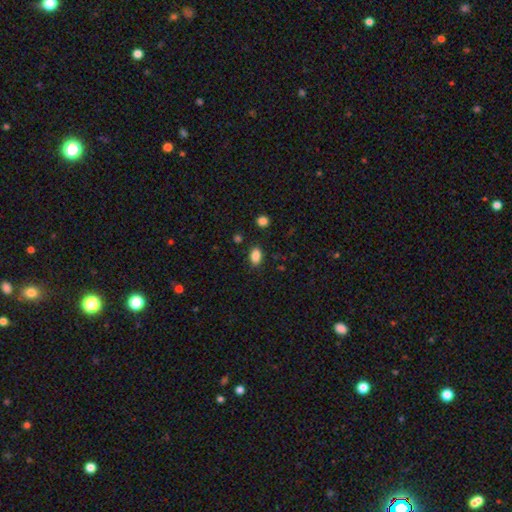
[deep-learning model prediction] Smooth or featured?
  - smooth: 87% *
  - star or artifact: 10%
  - featured or disk: 4%
How rounded?
  - in between: 84% *
  - round: 14%
  - cigar-shaped: 2%
Merging?
  - none: 85% *
  - minor disturbance: 10%
  - major disturbance: 3%
  - merger: 2%